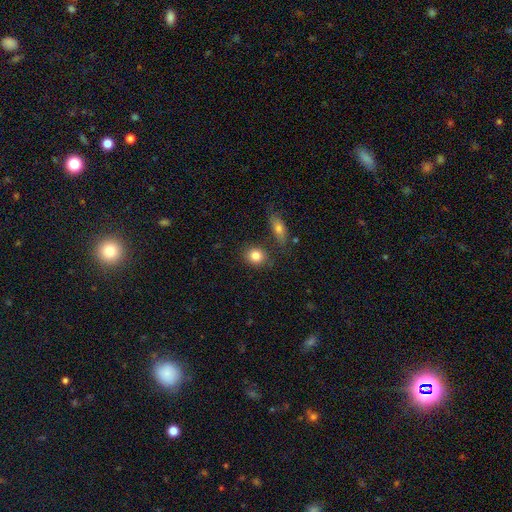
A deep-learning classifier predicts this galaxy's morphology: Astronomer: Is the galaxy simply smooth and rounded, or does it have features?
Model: smooth — 83%.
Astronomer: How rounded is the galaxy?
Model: round — 66%.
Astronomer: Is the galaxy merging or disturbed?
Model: none — 75%.